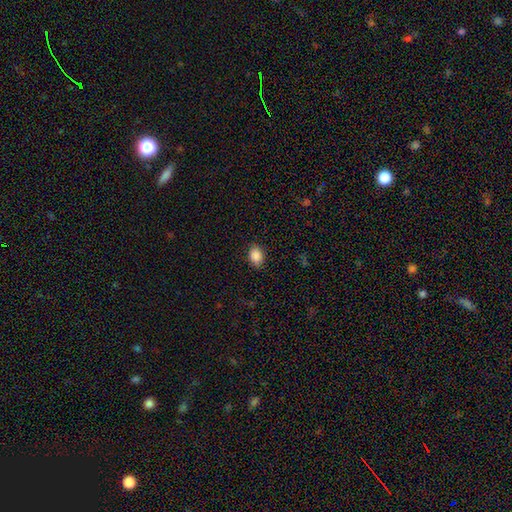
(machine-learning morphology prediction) smooth_or_featured: smooth (p=0.88) [alt: star or artifact p=0.08]
how_rounded: in between (p=0.79) [alt: round p=0.19]
merging: none (p=0.87) [alt: minor disturbance p=0.09]